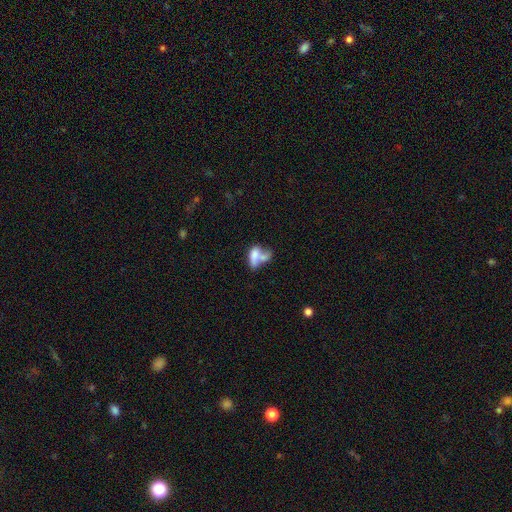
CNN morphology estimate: Overall: smooth (65%; featured or disk 26%). How rounded: in between (82%). Merging: merger (64%).